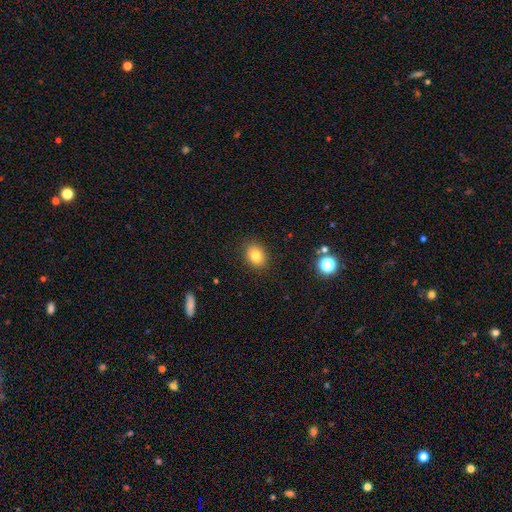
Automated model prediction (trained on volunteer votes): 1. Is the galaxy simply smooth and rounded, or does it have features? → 81% smooth, 11% star or artifact, 8% featured or disk.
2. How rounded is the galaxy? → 57% in between, 42% round, 1% cigar-shaped.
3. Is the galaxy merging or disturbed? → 88% none, 8% minor disturbance, 2% major disturbance, 1% merger.